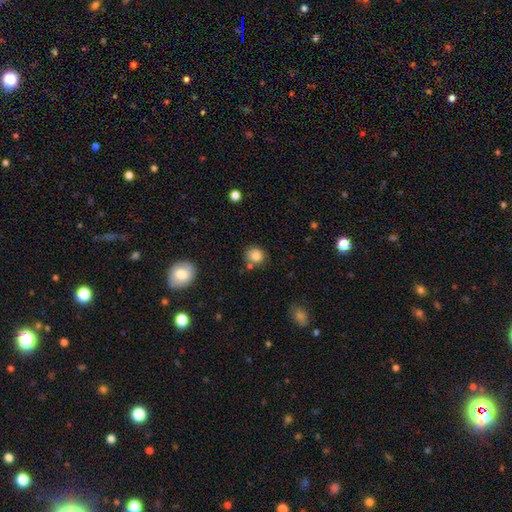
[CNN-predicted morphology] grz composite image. It shows a smooth galaxy with no disk features (83%) that is round (80%). Merging: none (68%).